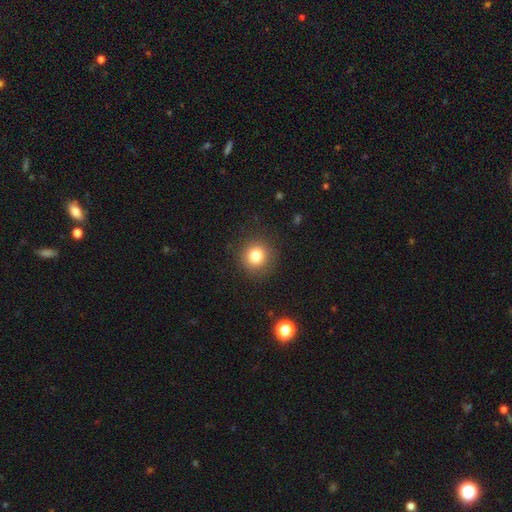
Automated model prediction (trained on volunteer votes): Q: Smooth or featured?
A: smooth (80%); runner-up: star or artifact (12%)
Q: How rounded?
A: round (93%); runner-up: in between (6%)
Q: Merging?
A: none (89%); runner-up: minor disturbance (7%)